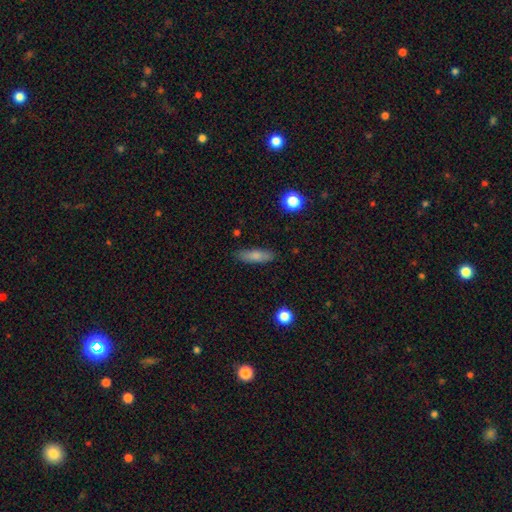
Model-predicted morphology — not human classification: A smooth galaxy with no disk features (79%) that is cigar-shaped (54%). Merging: none (86%).